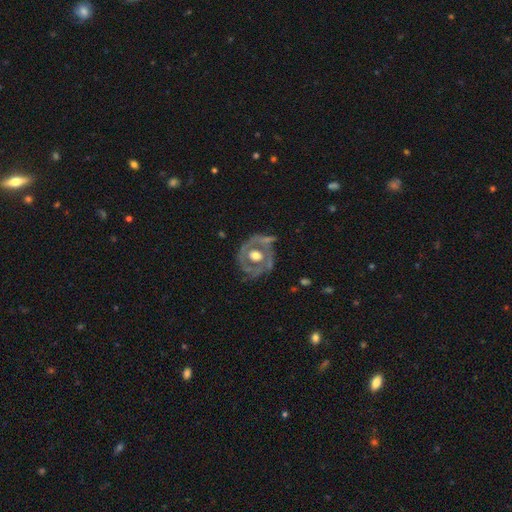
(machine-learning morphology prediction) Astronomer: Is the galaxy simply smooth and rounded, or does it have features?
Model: featured or disk — 69%.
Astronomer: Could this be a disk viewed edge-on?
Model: no — 95%.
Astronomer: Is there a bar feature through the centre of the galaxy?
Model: no — 82%.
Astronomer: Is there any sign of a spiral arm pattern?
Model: no — 64%.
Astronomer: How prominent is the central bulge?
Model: moderate — 56% (runner-up: large, 35%).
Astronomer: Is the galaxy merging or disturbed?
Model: none — 64%.